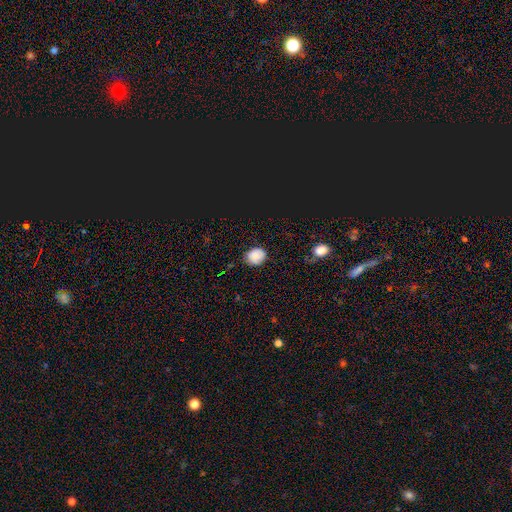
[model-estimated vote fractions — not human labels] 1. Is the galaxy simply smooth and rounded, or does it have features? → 79% smooth, 13% star or artifact, 8% featured or disk.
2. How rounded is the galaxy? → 65% round, 33% in between, 1% cigar-shaped.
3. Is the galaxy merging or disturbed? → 79% none, 17% minor disturbance, 3% major disturbance, 1% merger.